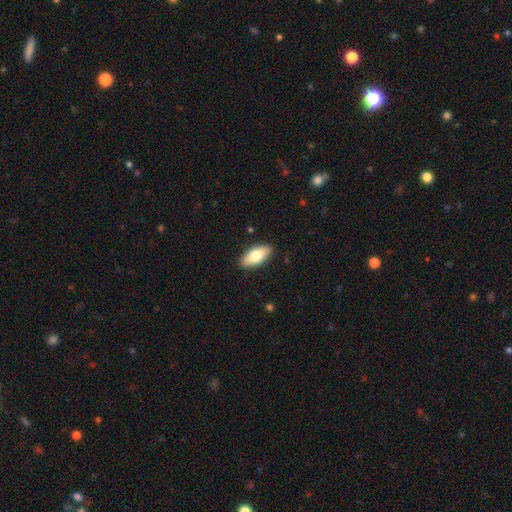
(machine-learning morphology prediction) This is likely a smooth galaxy (75%). How rounded: clearly in between (88%). Merging: clearly none (89%).